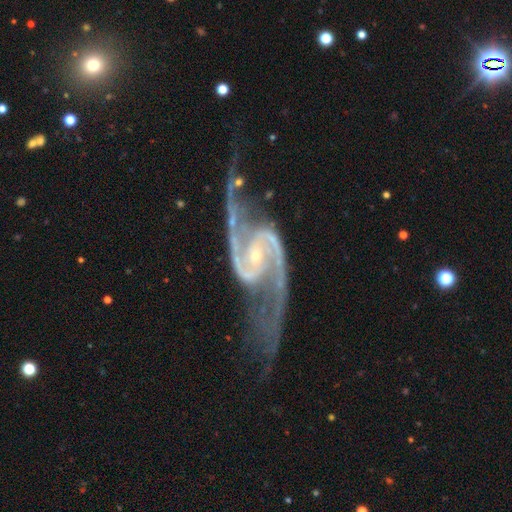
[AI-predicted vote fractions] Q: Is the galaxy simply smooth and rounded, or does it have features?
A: featured or disk — 94%.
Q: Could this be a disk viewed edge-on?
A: no — 98%.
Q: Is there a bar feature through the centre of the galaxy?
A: no — 41%.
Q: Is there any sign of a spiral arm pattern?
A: yes — 99%.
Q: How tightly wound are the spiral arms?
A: medium — 50%.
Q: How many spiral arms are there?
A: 2 — 94%.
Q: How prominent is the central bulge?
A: small — 74%.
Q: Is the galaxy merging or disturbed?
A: none — 53%.